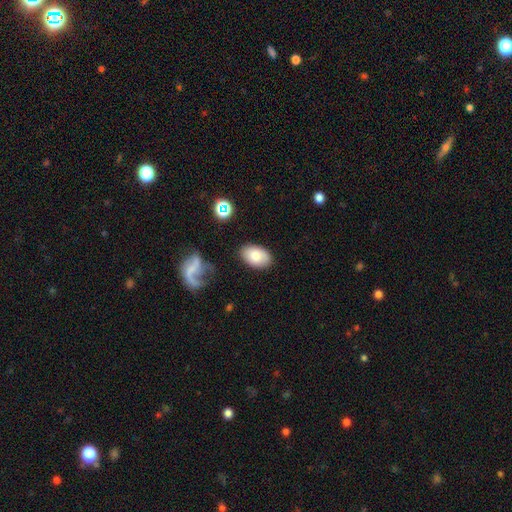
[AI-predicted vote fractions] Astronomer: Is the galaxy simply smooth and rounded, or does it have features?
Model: smooth — 78%.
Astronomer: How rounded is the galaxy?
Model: in between — 90%.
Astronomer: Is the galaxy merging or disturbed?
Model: none — 80%.